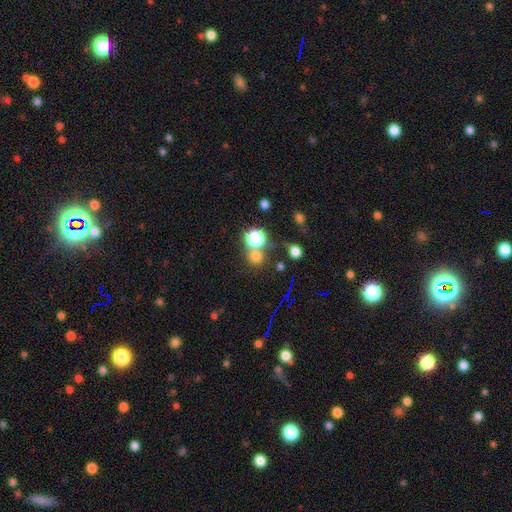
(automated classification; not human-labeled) Morphology: type=smooth (62%); roundness=round (88%); merging=none (67%).